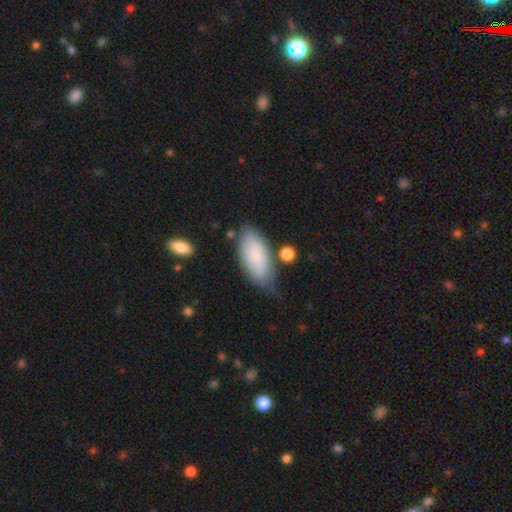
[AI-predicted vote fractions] Morphology: type=smooth (79%); roundness=in between (89%); merging=none (61%).